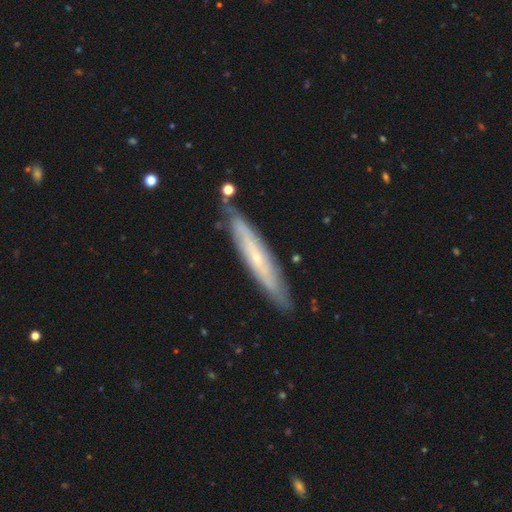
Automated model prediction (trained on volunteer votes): featured or disk 66%, smooth 28%, star or artifact 6%. Down the decision tree: edge-on disk — yes (63%); merging — none (81%).